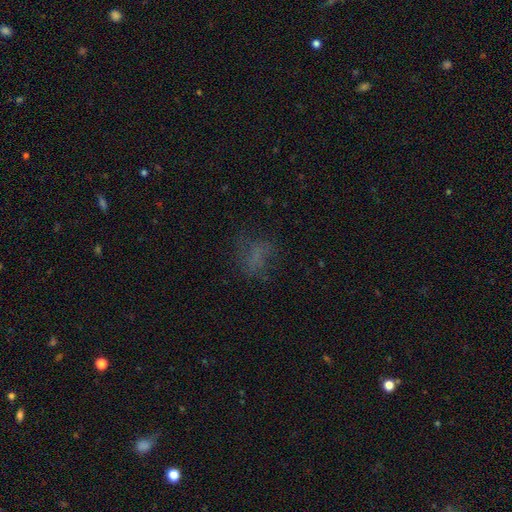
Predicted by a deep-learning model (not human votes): Smooth or featured: smooth — 49% (star or artifact — 26%)
Merging: none — 56% (major disturbance — 23%)